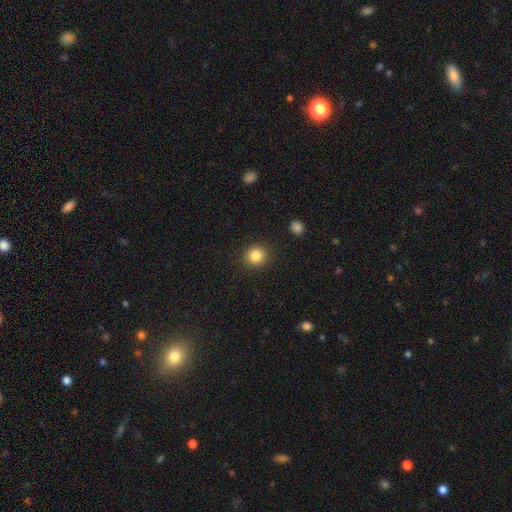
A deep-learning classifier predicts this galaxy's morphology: A smooth galaxy with no disk features (84%) that is round (89%).

Vote fractions:
- Smooth or featured? smooth: 84% / star or artifact: 11% / featured or disk: 5%
- How rounded? round: 89% / in between: 10% / cigar-shaped: 1%
- Merging? none: 90% / minor disturbance: 6% / major disturbance: 2% / merger: 1%